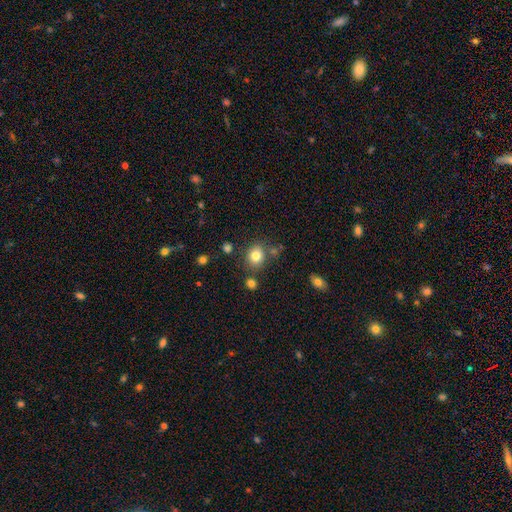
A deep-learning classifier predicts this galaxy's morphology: smooth-or-featured: smooth: 81% | star or artifact: 12% | featured or disk: 8%
  how-rounded: round: 73% | in between: 26% | cigar-shaped: 1%
  merging: none: 77% | minor disturbance: 11% | merger: 8% | major disturbance: 4%